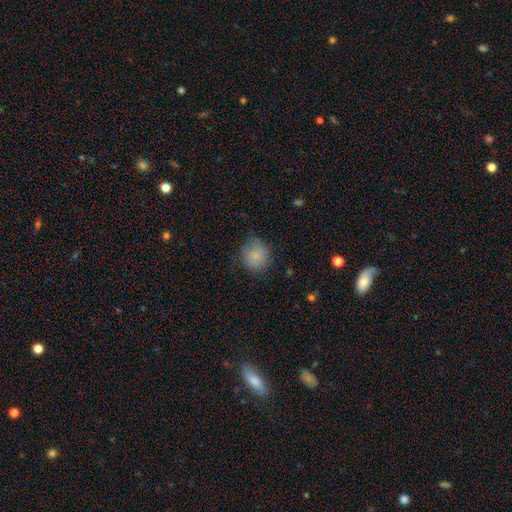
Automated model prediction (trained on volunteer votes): smooth-or-featured: smooth: 83% | star or artifact: 9% | featured or disk: 8%
  how-rounded: round: 82% | in between: 18% | cigar-shaped: 1%
  merging: none: 73% | minor disturbance: 20% | major disturbance: 6% | merger: 1%